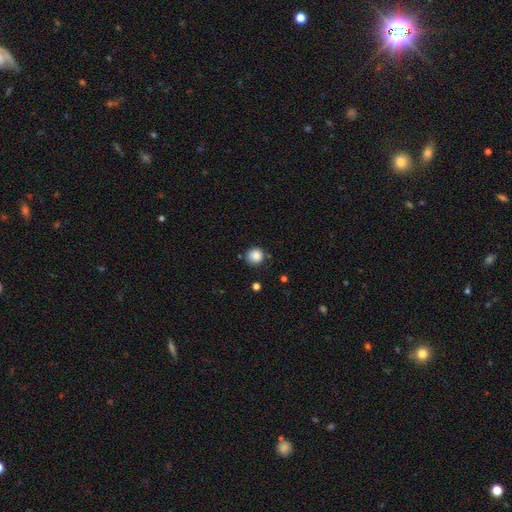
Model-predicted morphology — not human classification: A smooth galaxy with no disk features (86%) that is round (92%).

Vote fractions:
- Smooth or featured? smooth: 86% / star or artifact: 10% / featured or disk: 4%
- How rounded? round: 92% / in between: 8% / cigar-shaped: 1%
- Merging? none: 81% / minor disturbance: 13% / merger: 3% / major disturbance: 3%